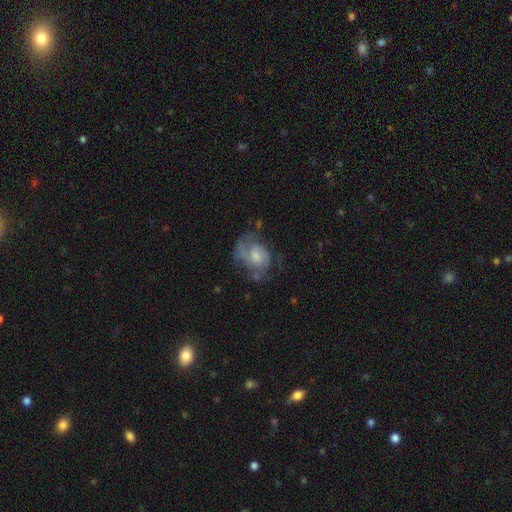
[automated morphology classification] type=featured or disk (65%); edge-on=no (97%); bar=no (60%); spiral arms=yes (82%); winding=medium (46%); arm count=2 (52%); bulge=moderate (41%); merging=none (45%).